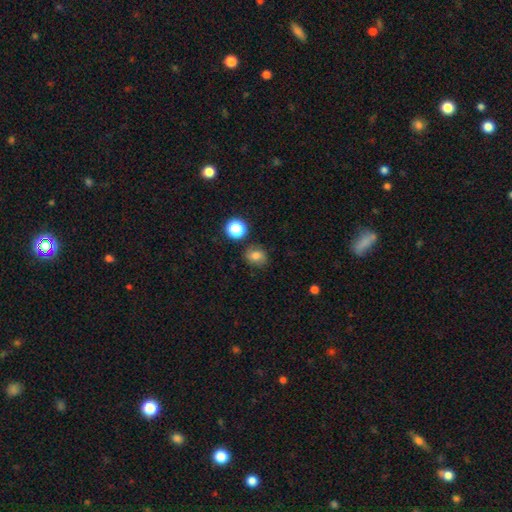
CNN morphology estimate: The model was most divided on "how rounded": round: 68%, in between: 31%, cigar-shaped: 1%. More confident: merging — none (79%); smooth or featured — smooth (75%).